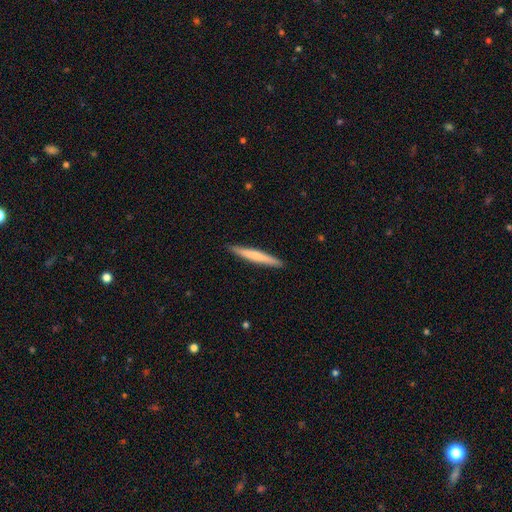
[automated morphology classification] Smooth or featured? smooth (61%)
How rounded? cigar-shaped (96%)
Merging? none (92%)